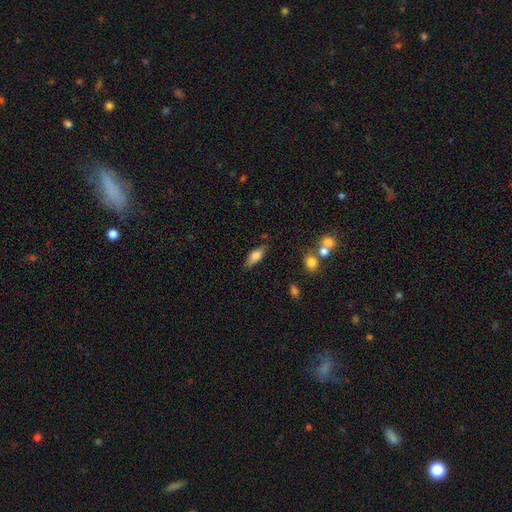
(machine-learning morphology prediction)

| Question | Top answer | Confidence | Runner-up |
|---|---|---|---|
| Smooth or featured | smooth | 71% | featured or disk (21%) |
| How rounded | in between | 69% | cigar-shaped (28%) |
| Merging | none | 78% | minor disturbance (15%) |